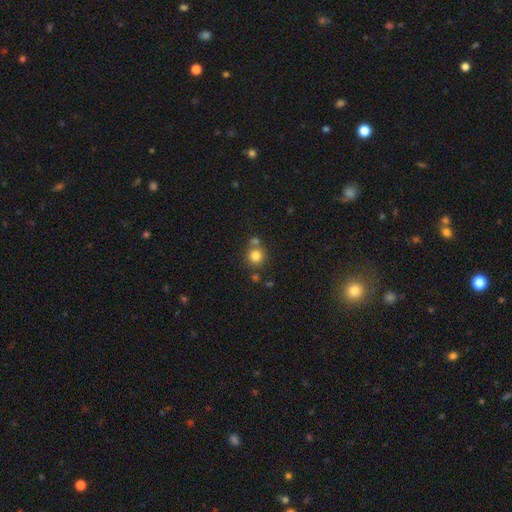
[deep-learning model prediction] Overall: smooth (80%). How rounded: round (90%). Merging: none (66%).